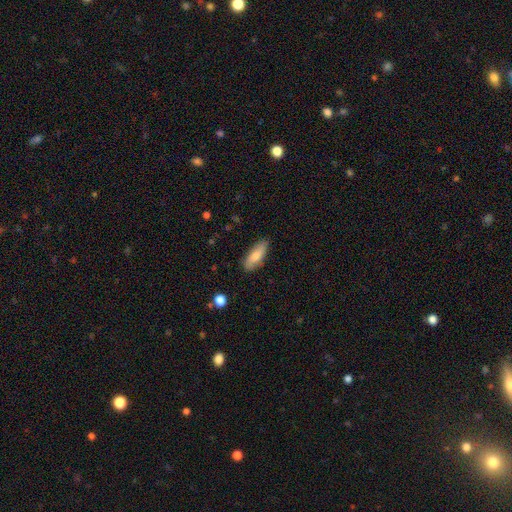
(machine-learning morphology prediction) type=smooth (77%); roundness=in between (71%); merging=none (84%).